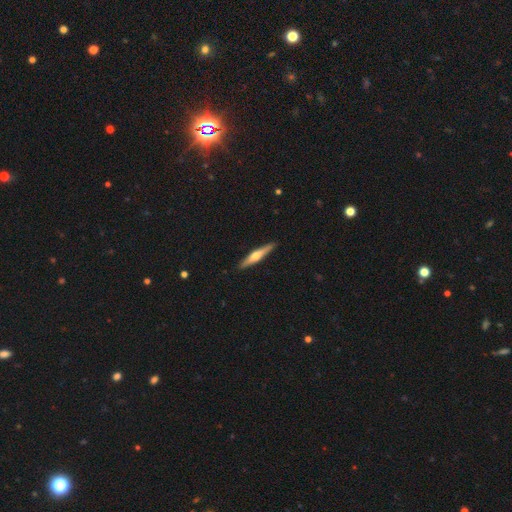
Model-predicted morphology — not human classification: A featured or disk galaxy (57%) viewed edge-on (95%) with a rounded central bulge (90%).

Vote fractions:
- Smooth or featured? featured or disk: 57% / smooth: 37% / star or artifact: 5%
- Edge-on disk? yes: 95% / no: 5%
- Edge-on bulge? rounded: 90% / none: 6% / boxy: 4%
- Merging? none: 90% / minor disturbance: 7% / major disturbance: 1% / merger: 1%